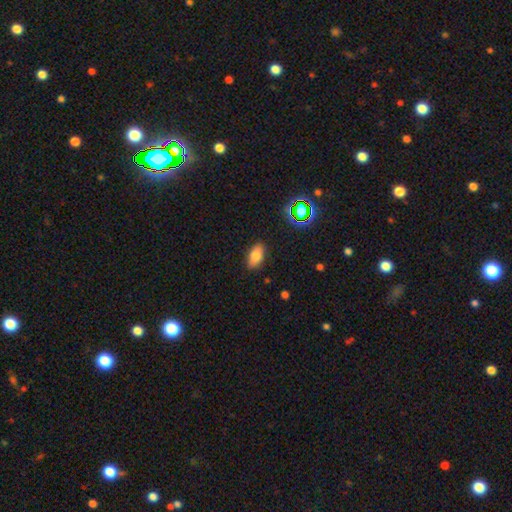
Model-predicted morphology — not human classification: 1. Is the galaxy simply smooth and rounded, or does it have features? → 76% smooth, 13% featured or disk, 12% star or artifact.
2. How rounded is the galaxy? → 90% in between, 6% round, 4% cigar-shaped.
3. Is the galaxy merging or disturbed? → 85% none, 11% minor disturbance, 2% major disturbance, 1% merger.